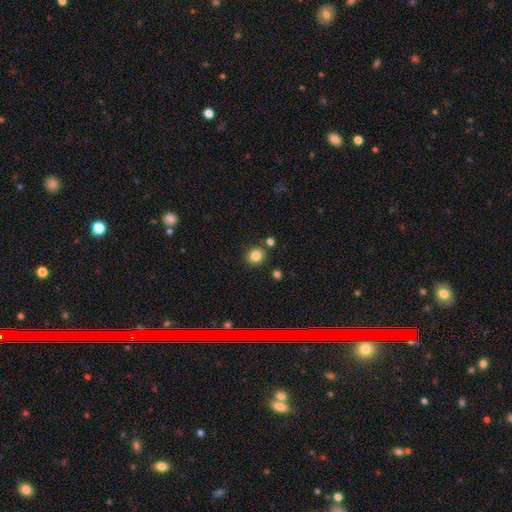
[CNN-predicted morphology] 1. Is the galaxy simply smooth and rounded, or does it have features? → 82% smooth, 13% star or artifact, 6% featured or disk.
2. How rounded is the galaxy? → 70% round, 29% in between, 1% cigar-shaped.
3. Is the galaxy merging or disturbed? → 80% none, 9% minor disturbance, 8% merger, 3% major disturbance.